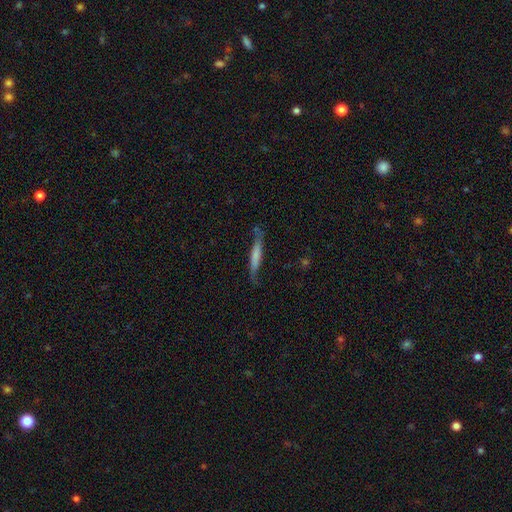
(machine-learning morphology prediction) Smooth or featured? smooth (52%)
How rounded? cigar-shaped (92%)
Merging? none (64%)